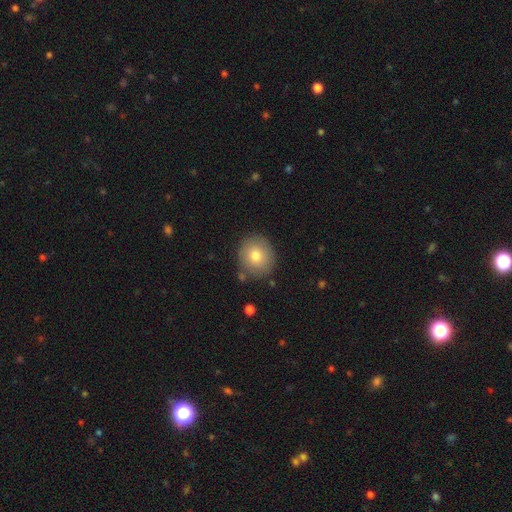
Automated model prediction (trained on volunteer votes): Q: Smooth or featured?
A: smooth (77%); runner-up: featured or disk (13%)
Q: How rounded?
A: round (87%); runner-up: in between (12%)
Q: Merging?
A: none (83%); runner-up: minor disturbance (11%)